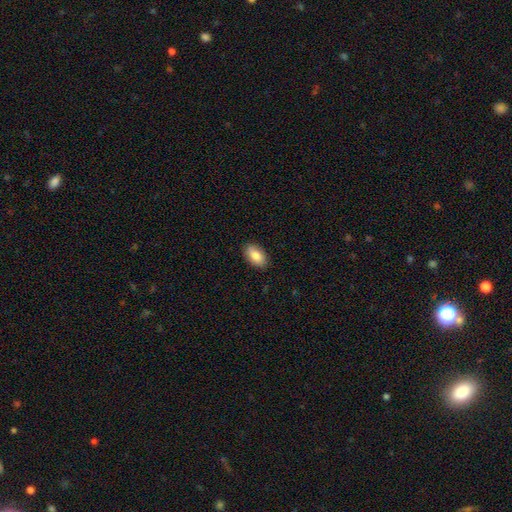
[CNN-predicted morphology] This appears to be a smooth galaxy with no disk features (85%) that is in between round and cigar-shaped (92%). Merging: none (88%).